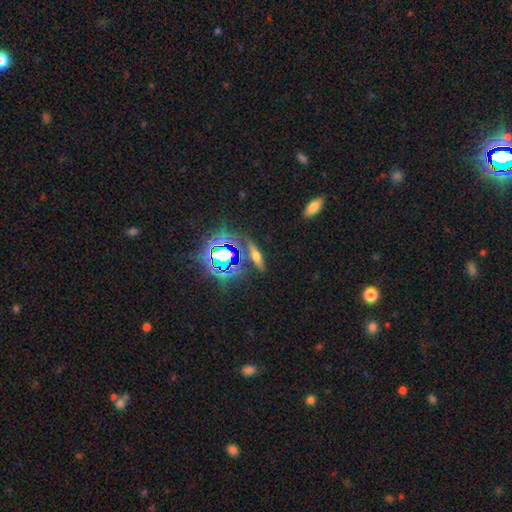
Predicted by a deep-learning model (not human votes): A smooth galaxy with no disk features (35%, tied with featured or disk). Merging: none (83%).